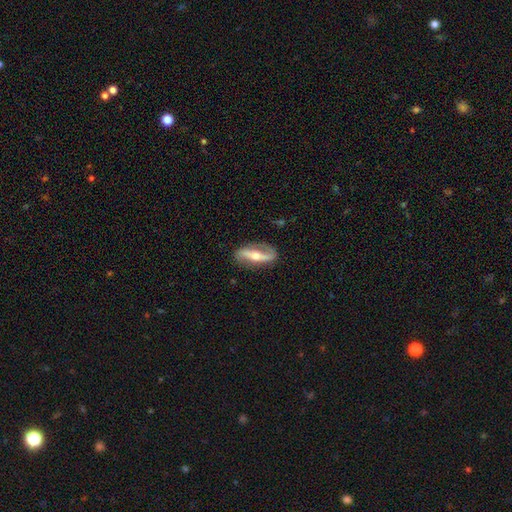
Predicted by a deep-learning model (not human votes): Smooth or featured? Predicted: featured or disk (p=0.77). Edge-on disk? Predicted: no (p=0.75). Bar? Predicted: strong (p=0.58). Spiral arms? Predicted: yes (p=0.82). Bulge size? Predicted: moderate (p=0.65). Merging? Predicted: none (p=0.79).